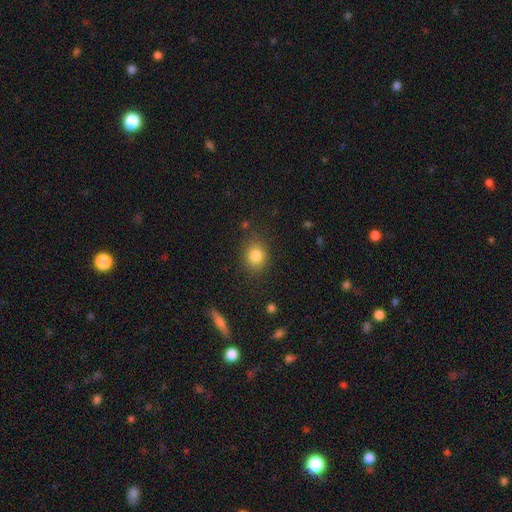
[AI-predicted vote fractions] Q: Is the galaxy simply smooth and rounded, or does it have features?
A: smooth — 82%.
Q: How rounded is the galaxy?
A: round — 61%.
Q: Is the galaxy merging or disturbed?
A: none — 83%.